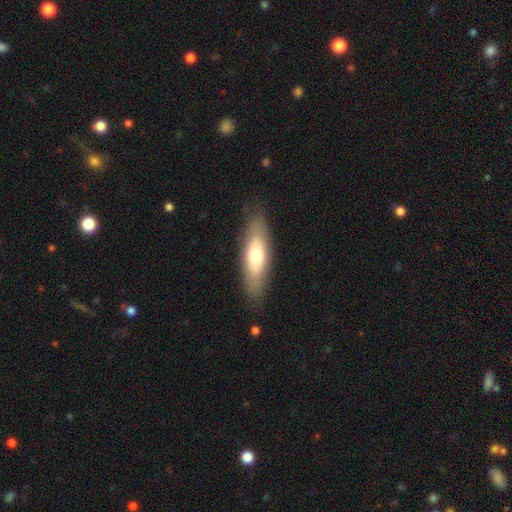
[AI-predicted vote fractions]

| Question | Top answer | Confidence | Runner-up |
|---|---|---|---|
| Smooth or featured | smooth | 62% | featured or disk (32%) |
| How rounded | in between | 61% | cigar-shaped (36%) |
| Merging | none | 84% | minor disturbance (11%) |